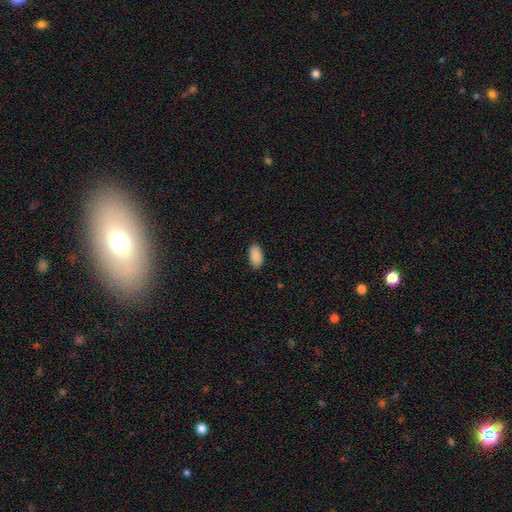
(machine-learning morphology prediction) type=smooth (90%); roundness=in between (95%); merging=none (86%).